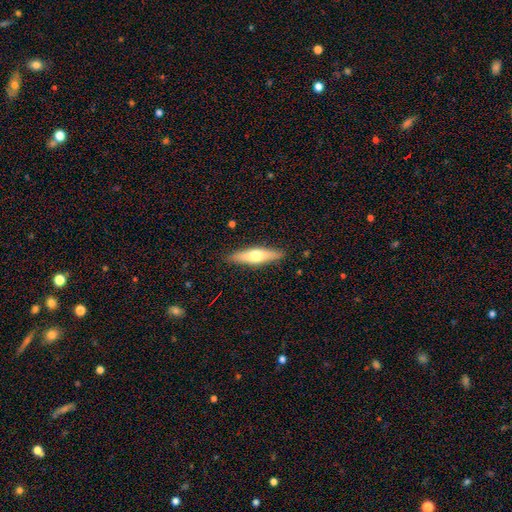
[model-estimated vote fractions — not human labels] This appears to be a smooth galaxy with no disk features (51%) that is cigar-shaped (67%). Merging: none (88%).